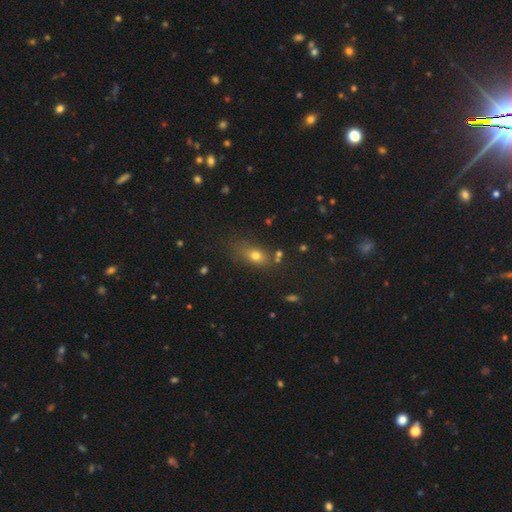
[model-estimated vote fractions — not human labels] Morphology: type=smooth (69%); roundness=in between (64%); merging=none (65%).